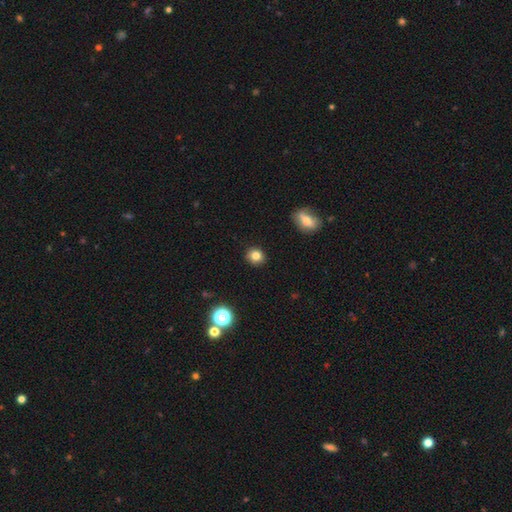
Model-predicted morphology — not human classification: The model was most divided on "smooth or featured": smooth: 82%, star or artifact: 12%, featured or disk: 6%. More confident: merging — none (90%); how rounded — round (85%).